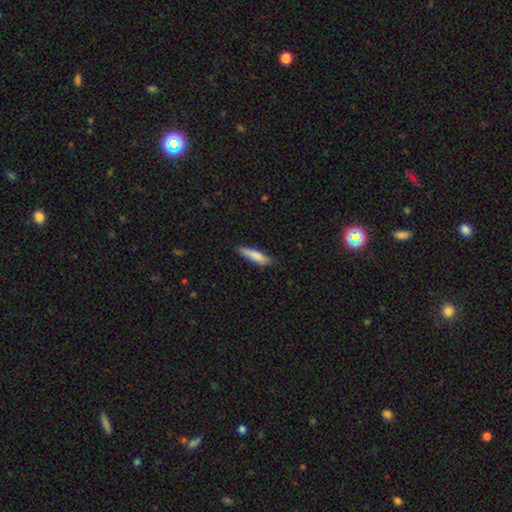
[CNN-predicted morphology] smooth-or-featured: smooth: 83% | featured or disk: 12% | star or artifact: 6%
  how-rounded: cigar-shaped: 74% | in between: 25% | round: 1%
  merging: none: 75% | minor disturbance: 21% | major disturbance: 3% | merger: 1%